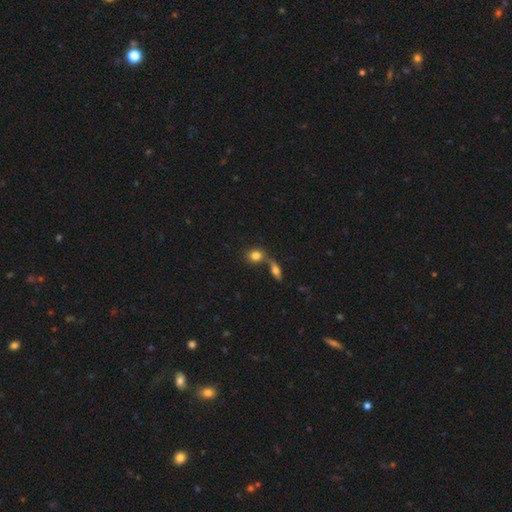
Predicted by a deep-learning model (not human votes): Smooth or featured? Predicted: smooth (p=0.80). How rounded? Predicted: round (p=0.66). Merging? Predicted: merger (p=0.47).